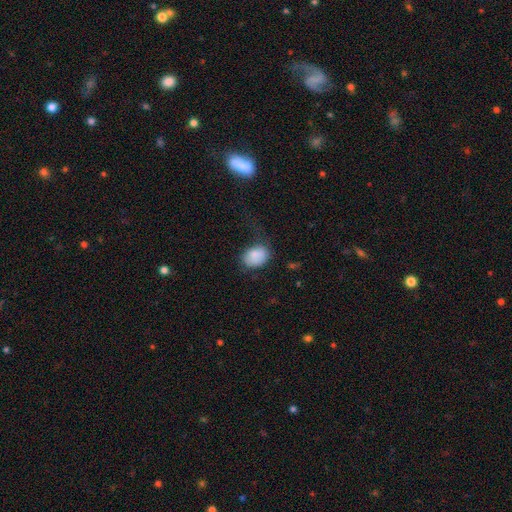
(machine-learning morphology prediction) Smooth or featured? Predicted: smooth (p=0.84). How rounded? Predicted: in between (p=0.70). Merging? Predicted: none (p=0.52).